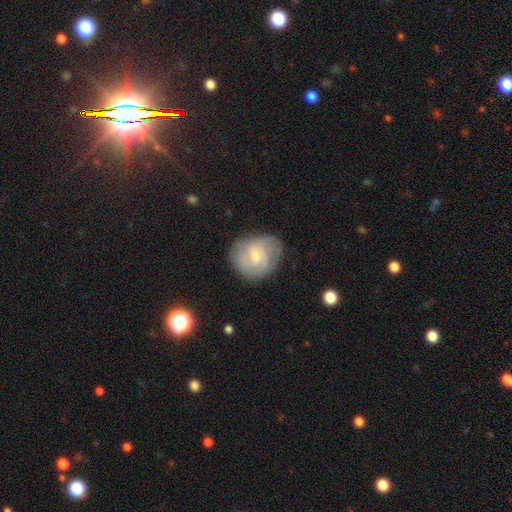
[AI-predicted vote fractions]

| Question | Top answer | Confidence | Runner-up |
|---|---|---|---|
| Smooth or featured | featured or disk | 60% | smooth (33%) |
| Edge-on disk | no | 98% | yes (2%) |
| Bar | weak | 51% | no (41%) |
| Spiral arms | yes | 88% | no (12%) |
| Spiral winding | medium | 43% | tight (42%) |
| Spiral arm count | can't tell | 31% | 2 (30%) |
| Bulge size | small | 52% | moderate (34%) |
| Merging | none | 72% | minor disturbance (19%) |